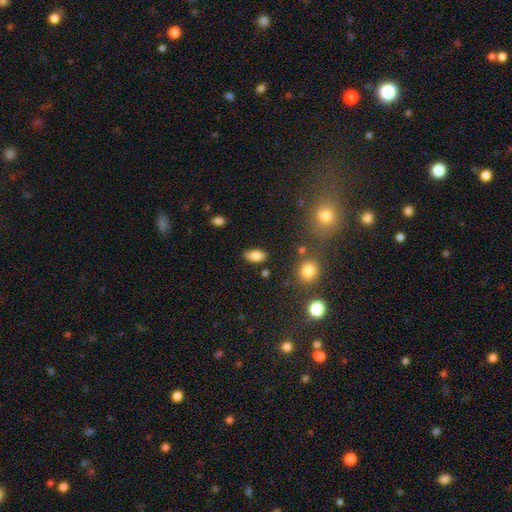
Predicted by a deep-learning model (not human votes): This is clearly a smooth galaxy (81%). How rounded: clearly in between (90%). Merging: clearly none (82%).